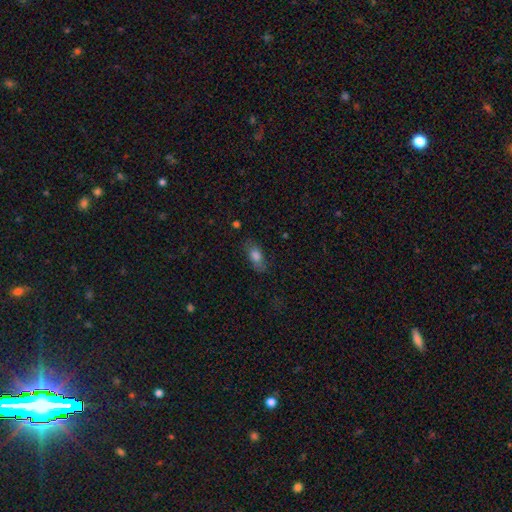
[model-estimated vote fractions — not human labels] Smooth or featured? smooth (77%)
How rounded? in between (83%)
Merging? none (73%)